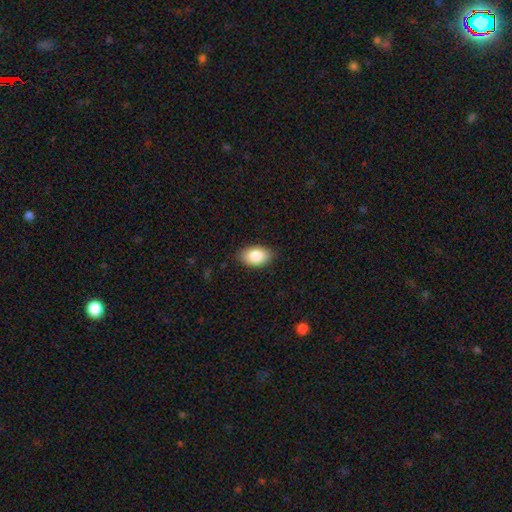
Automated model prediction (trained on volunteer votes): Smooth or featured? smooth (87%)
How rounded? in between (91%)
Merging? none (84%)